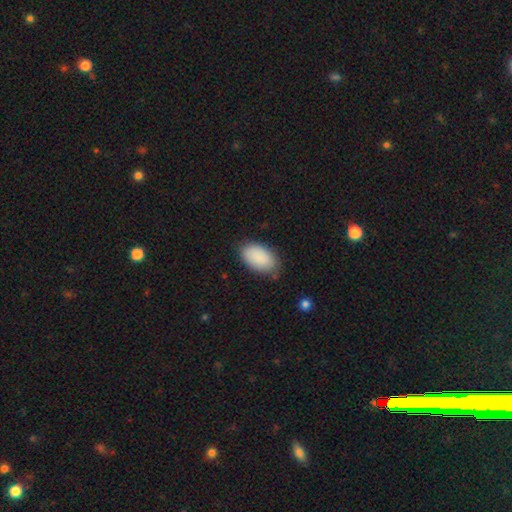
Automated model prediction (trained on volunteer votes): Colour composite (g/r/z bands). It shows a smooth galaxy with no disk features (90%) that is in between round and cigar-shaped (95%). Merging: none (80%).